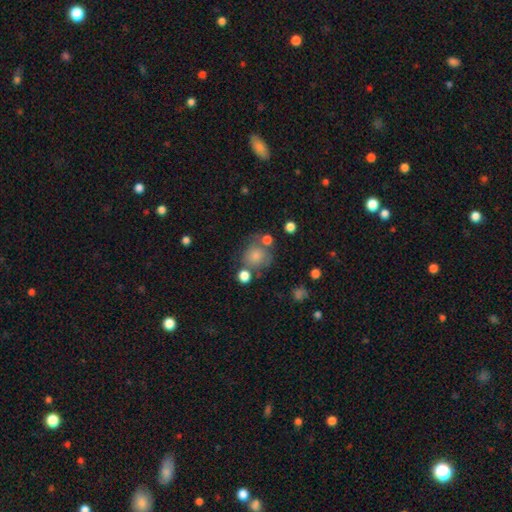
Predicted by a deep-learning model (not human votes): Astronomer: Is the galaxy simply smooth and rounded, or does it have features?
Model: smooth — 77%.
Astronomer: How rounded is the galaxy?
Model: round — 83%.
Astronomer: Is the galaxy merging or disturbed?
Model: none — 57%.